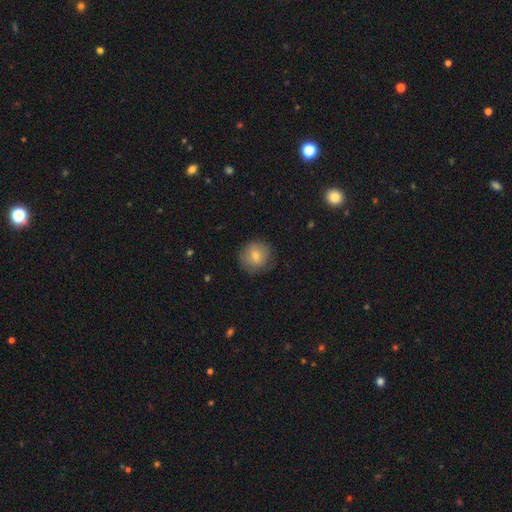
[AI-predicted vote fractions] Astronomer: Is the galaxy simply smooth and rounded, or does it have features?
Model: smooth — 76%.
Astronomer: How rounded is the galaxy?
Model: round — 89%.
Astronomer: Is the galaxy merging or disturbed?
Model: none — 81%.